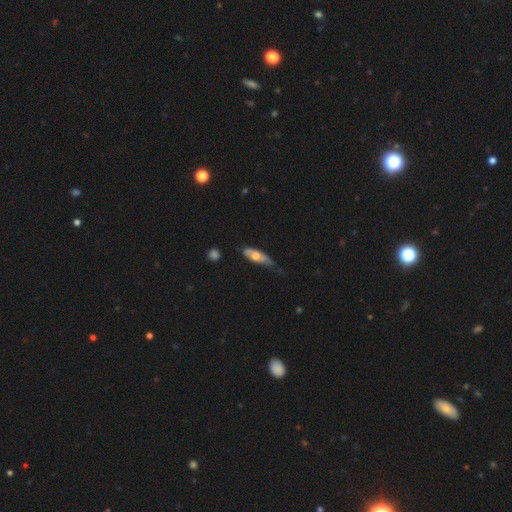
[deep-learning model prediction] Morphology: type=smooth (52%); roundness=in between (60%); merging=none (43%).